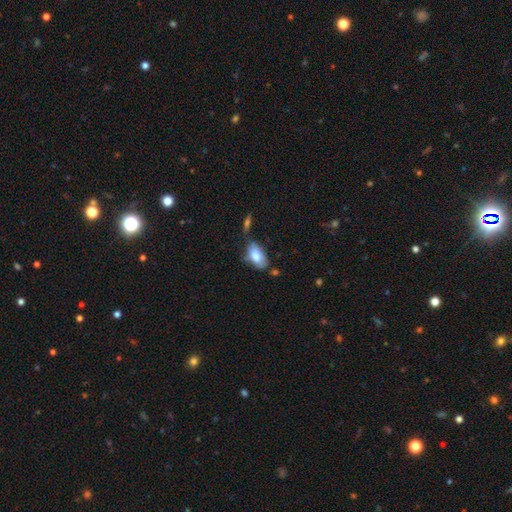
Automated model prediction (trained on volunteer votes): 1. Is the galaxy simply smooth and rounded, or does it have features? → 78% smooth, 16% featured or disk, 7% star or artifact.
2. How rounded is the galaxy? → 93% in between, 4% round, 3% cigar-shaped.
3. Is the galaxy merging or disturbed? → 51% none, 29% minor disturbance, 12% merger, 9% major disturbance.